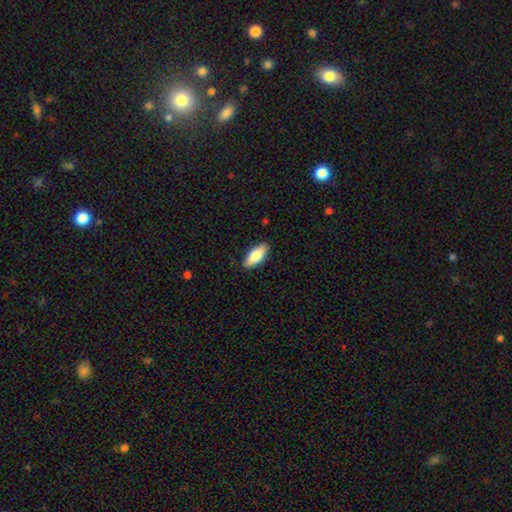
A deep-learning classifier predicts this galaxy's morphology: A smooth galaxy with no disk features (73%) that is in between round and cigar-shaped (76%).

Vote fractions:
- Smooth or featured? smooth: 73% / featured or disk: 21% / star or artifact: 6%
- How rounded? in between: 76% / cigar-shaped: 22% / round: 2%
- Merging? none: 88% / minor disturbance: 9% / major disturbance: 2% / merger: 1%